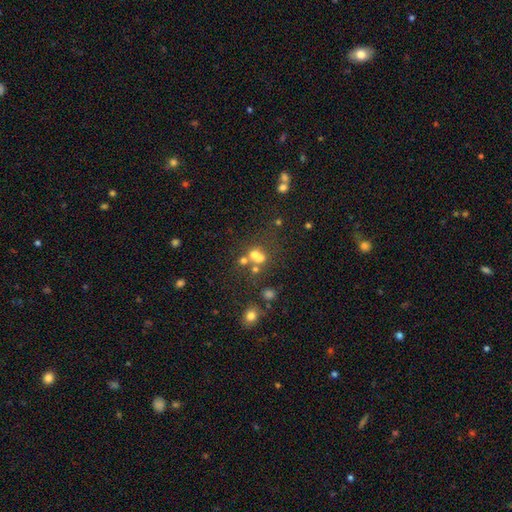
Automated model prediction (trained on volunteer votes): Smooth or featured?
  - smooth: 58% *
  - star or artifact: 22%
  - featured or disk: 21%
How rounded?
  - round: 79% *
  - in between: 20%
  - cigar-shaped: 1%
Merging?
  - merger: 46% *
  - none: 40%
  - minor disturbance: 8%
  - major disturbance: 6%